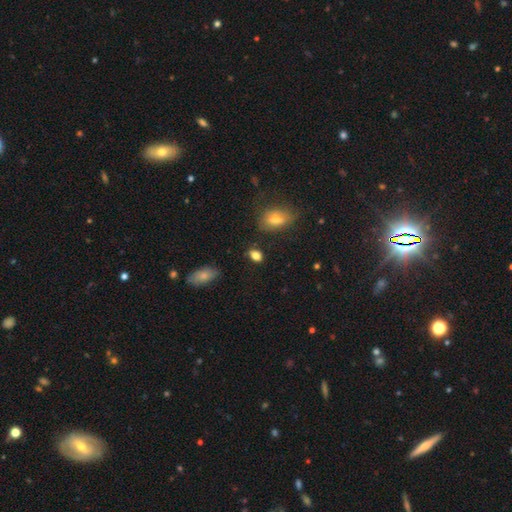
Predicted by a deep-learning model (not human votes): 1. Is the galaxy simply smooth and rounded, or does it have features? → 82% smooth, 11% star or artifact, 7% featured or disk.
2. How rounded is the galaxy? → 77% in between, 21% round, 3% cigar-shaped.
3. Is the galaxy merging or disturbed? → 77% none, 15% minor disturbance, 4% major disturbance, 4% merger.